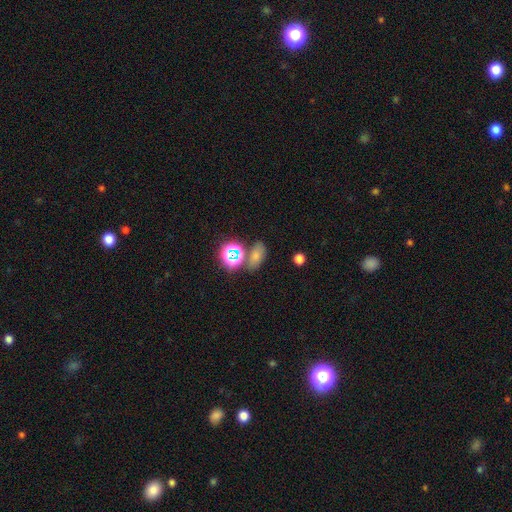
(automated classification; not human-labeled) smooth 62%, star or artifact 27%, featured or disk 11%. Down the decision tree: how rounded — in between (80%); merging — none (65%).